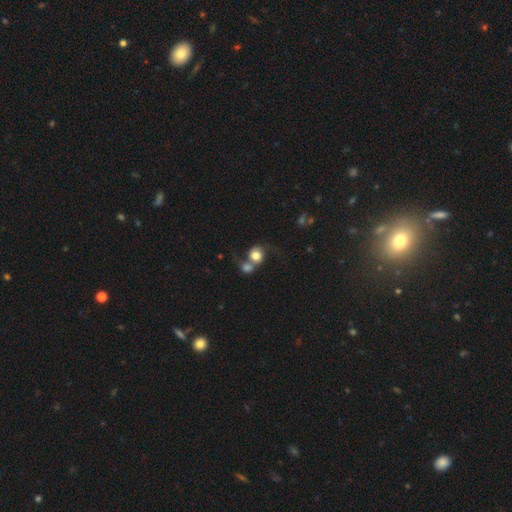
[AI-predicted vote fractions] Morphology: type=smooth (71%); roundness=round (77%); merging=merger (59%).